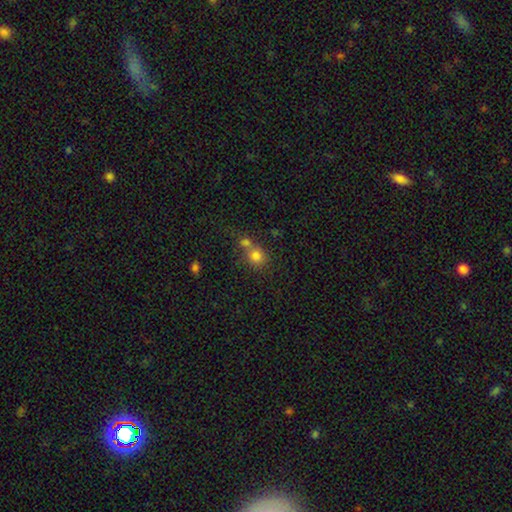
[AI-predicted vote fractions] smooth_or_featured: smooth (p=0.78) [alt: star or artifact p=0.13]
how_rounded: round (p=0.80) [alt: in between p=0.19]
merging: none (p=0.45) [alt: merger p=0.42]